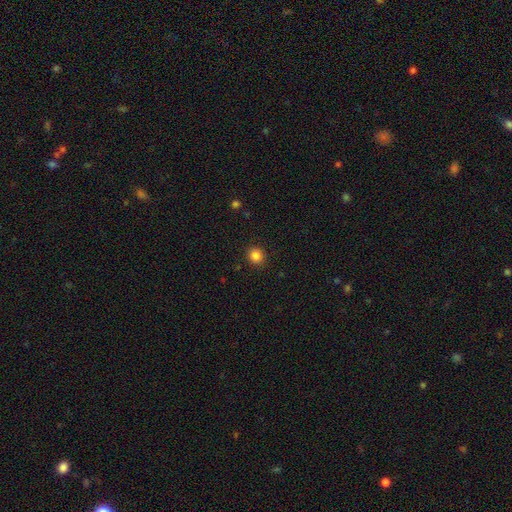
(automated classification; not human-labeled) smooth-or-featured: smooth: 85% | star or artifact: 11% | featured or disk: 4%
  how-rounded: round: 83% | in between: 16% | cigar-shaped: 1%
  merging: none: 91% | minor disturbance: 6% | major disturbance: 2% | merger: 1%